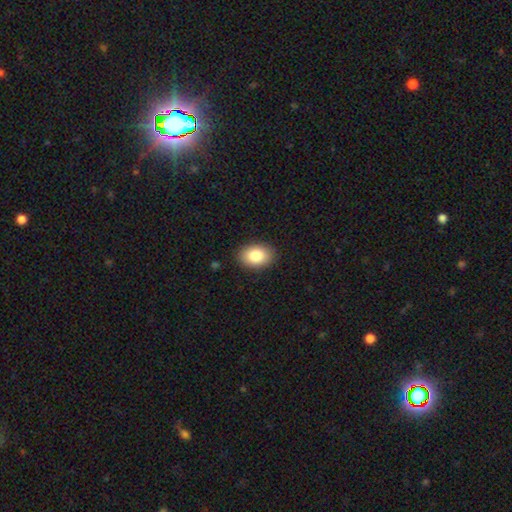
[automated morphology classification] The model was most divided on "how rounded": in between: 82%, round: 17%, cigar-shaped: 1%. More confident: merging — none (89%); smooth or featured — smooth (85%).